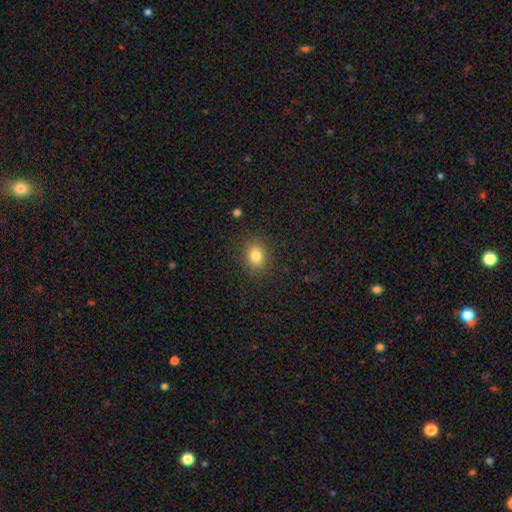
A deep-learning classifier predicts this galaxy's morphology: Q: Smooth or featured?
A: smooth (83%); runner-up: star or artifact (11%)
Q: How rounded?
A: round (50%); runner-up: in between (49%)
Q: Merging?
A: none (86%); runner-up: minor disturbance (9%)